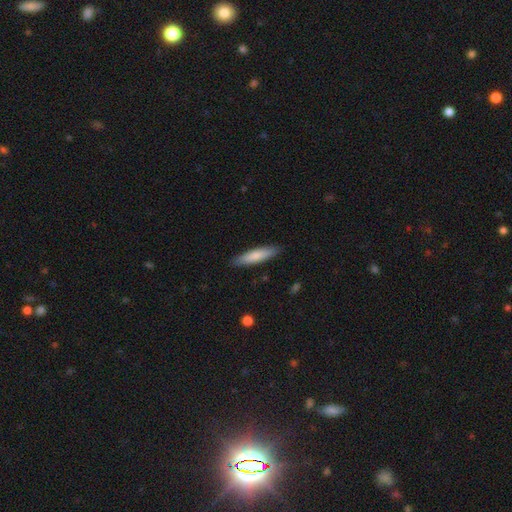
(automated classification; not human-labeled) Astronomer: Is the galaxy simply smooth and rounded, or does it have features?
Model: smooth — 77%.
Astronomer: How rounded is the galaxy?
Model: cigar-shaped — 78%.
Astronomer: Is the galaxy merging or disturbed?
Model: none — 88%.